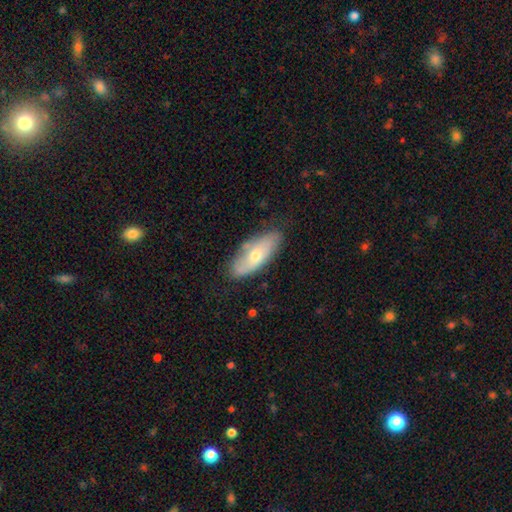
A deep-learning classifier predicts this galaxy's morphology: Overall: smooth (56%; featured or disk 38%). How rounded: in between (78%). Merging: none (74%).